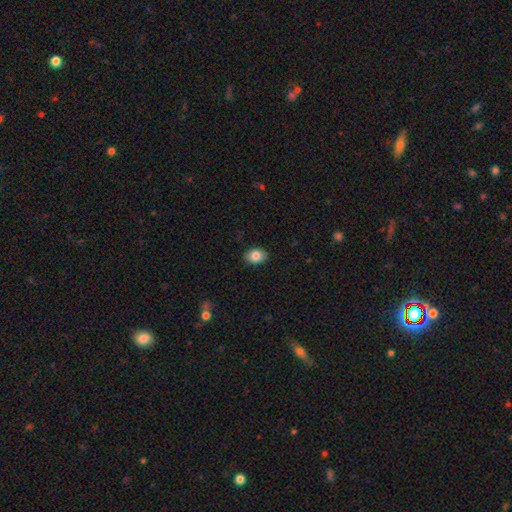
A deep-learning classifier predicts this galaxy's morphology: A smooth galaxy with no disk features (84%) that is in between round and cigar-shaped (74%). Merging: none (89%).